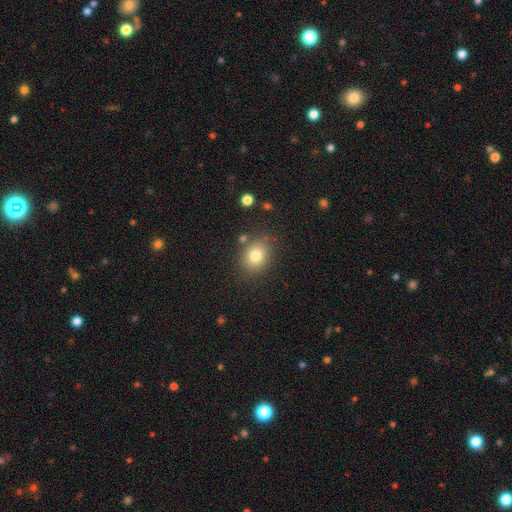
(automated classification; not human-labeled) Q: Smooth or featured?
A: smooth (80%); runner-up: star or artifact (11%)
Q: How rounded?
A: round (62%); runner-up: in between (37%)
Q: Merging?
A: none (81%); runner-up: minor disturbance (11%)